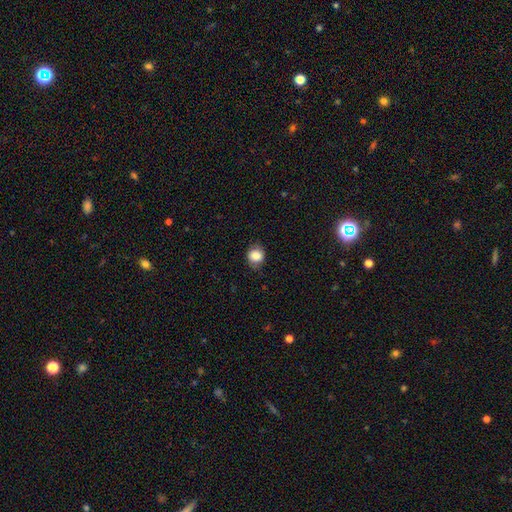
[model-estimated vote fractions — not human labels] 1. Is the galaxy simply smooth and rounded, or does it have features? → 84% smooth, 9% star or artifact, 7% featured or disk.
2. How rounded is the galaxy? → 79% round, 21% in between, 1% cigar-shaped.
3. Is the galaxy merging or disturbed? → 77% none, 18% minor disturbance, 4% major disturbance, 1% merger.